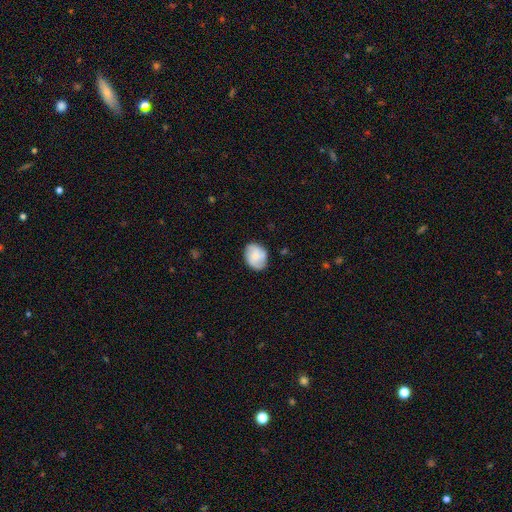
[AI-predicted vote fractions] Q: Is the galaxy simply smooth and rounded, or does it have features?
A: smooth — 63%.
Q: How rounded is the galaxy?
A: in between — 59%.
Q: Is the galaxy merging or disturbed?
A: none — 78%.